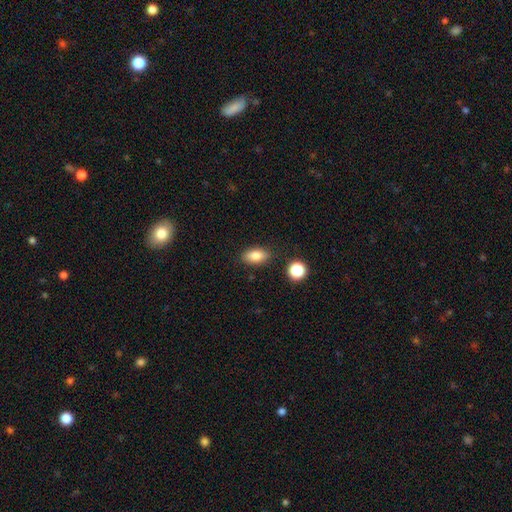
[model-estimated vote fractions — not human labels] Smooth or featured? smooth (82%)
How rounded? in between (86%)
Merging? none (85%)